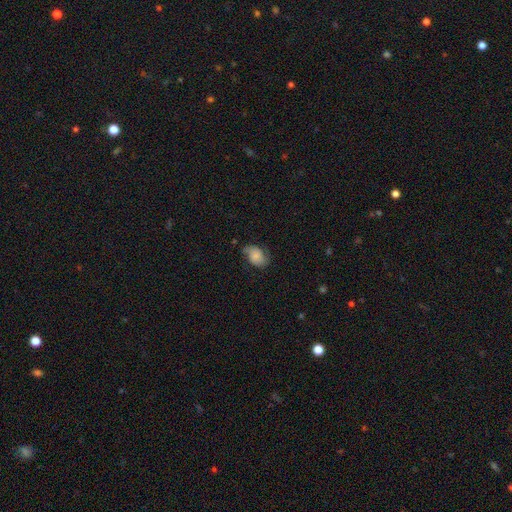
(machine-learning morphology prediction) type=smooth (61%); roundness=in between (82%); merging=none (55%).